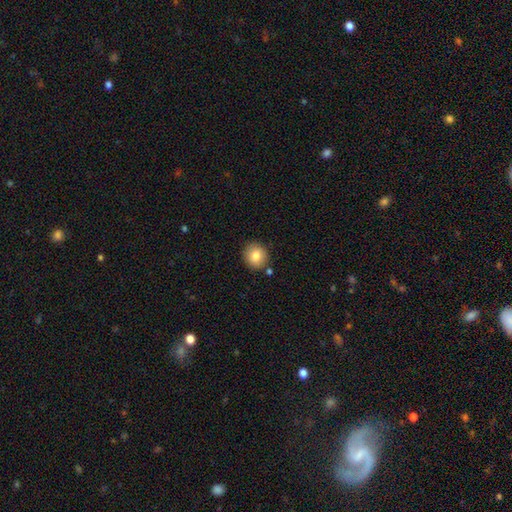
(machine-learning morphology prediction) This is clearly a smooth galaxy (83%). How rounded: clearly round (87%). Merging: clearly none (85%).